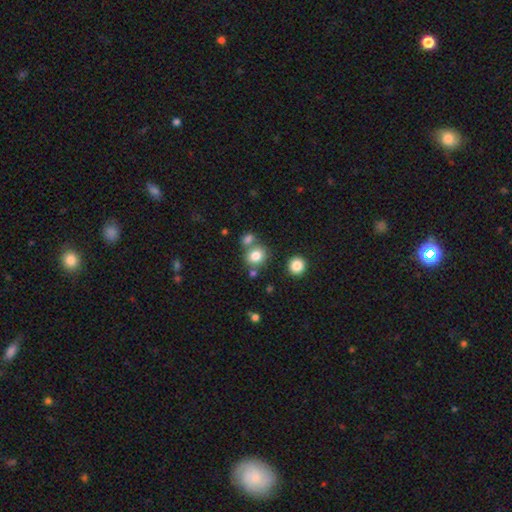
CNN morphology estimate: This appears to be a smooth galaxy with no disk features (80%) that is round (74%). Merging: none (63%).